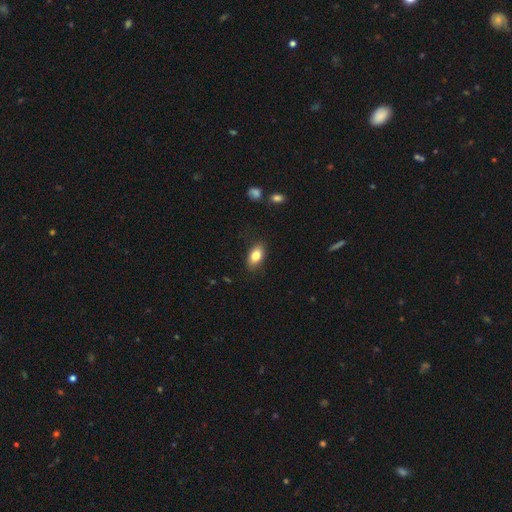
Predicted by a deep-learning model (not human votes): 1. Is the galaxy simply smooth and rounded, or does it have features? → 81% smooth, 12% featured or disk, 7% star or artifact.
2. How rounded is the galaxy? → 90% in between, 6% round, 4% cigar-shaped.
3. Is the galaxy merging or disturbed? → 86% none, 10% minor disturbance, 2% major disturbance, 1% merger.